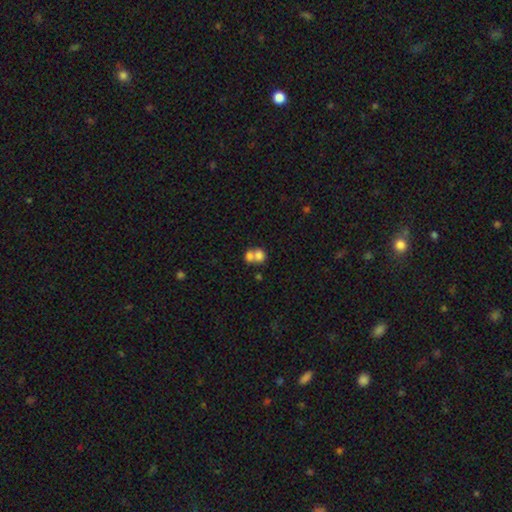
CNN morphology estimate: Smooth or featured? Predicted: smooth (p=0.74). How rounded? Predicted: round (p=0.63). Merging? Predicted: merger (p=0.67).